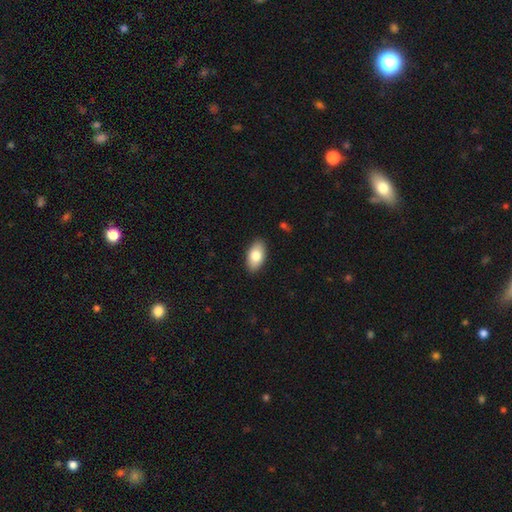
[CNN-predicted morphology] A smooth galaxy with no disk features (80%) that is in between round and cigar-shaped (94%).

Vote fractions:
- Smooth or featured? smooth: 80% / featured or disk: 14% / star or artifact: 6%
- How rounded? in between: 94% / round: 4% / cigar-shaped: 2%
- Merging? none: 88% / minor disturbance: 9% / major disturbance: 2% / merger: 1%